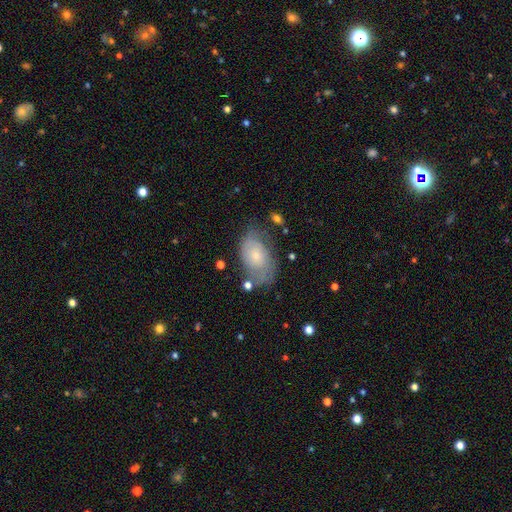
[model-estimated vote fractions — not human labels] smooth-or-featured: smooth: 48% | featured or disk: 43% | star or artifact: 8%
  merging: none: 57% | minor disturbance: 27% | major disturbance: 12% | merger: 4%